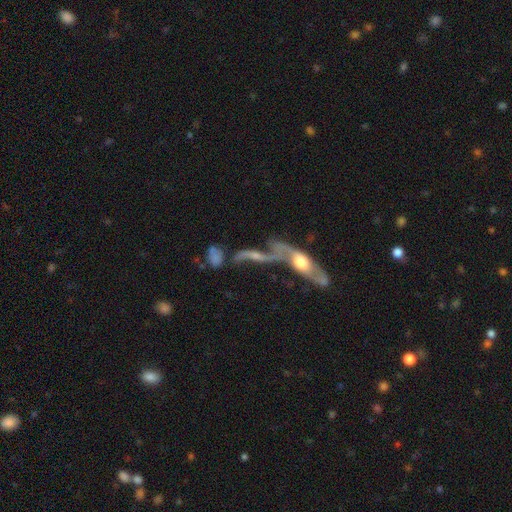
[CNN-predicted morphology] A featured or disk galaxy (71%).

Vote fractions:
- Smooth or featured? featured or disk: 71% / smooth: 17% / star or artifact: 11%
- Edge-on disk? no: 65% / yes: 35%
- Merging? merger: 54% / none: 23% / major disturbance: 14% / minor disturbance: 9%